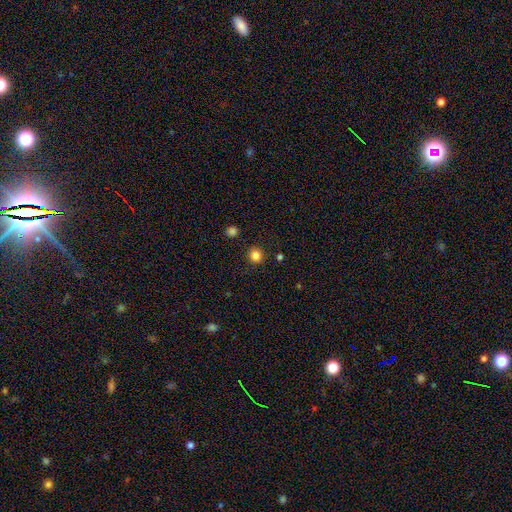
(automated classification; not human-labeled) smooth 84%, star or artifact 12%, featured or disk 4%. Down the decision tree: how rounded — round (90%); merging — none (91%).